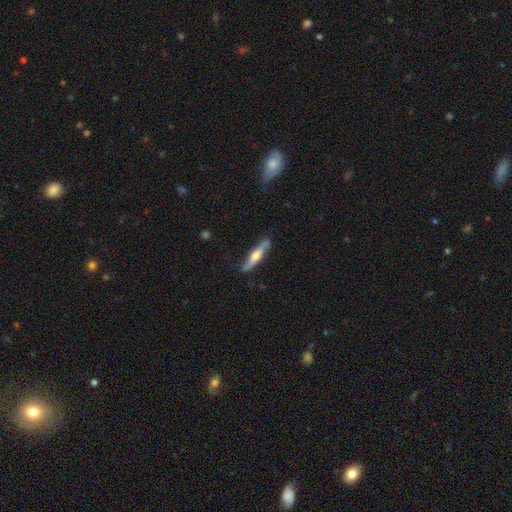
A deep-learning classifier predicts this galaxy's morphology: smooth-or-featured: featured or disk: 56% | smooth: 39% | star or artifact: 5%
  disk-edge-on: yes: 81% | no: 19%
  merging: none: 75% | minor disturbance: 19% | major disturbance: 4% | merger: 2%